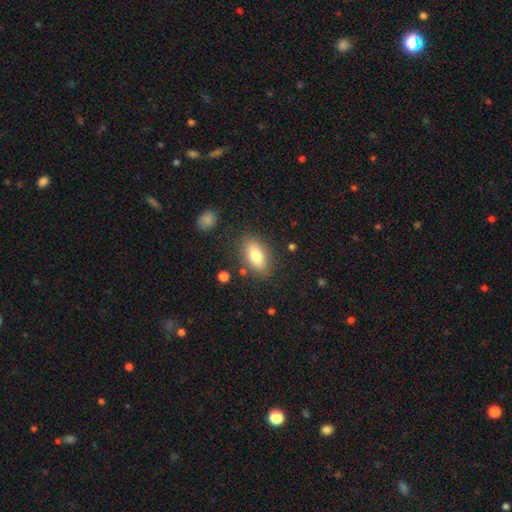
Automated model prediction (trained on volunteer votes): This is likely a smooth galaxy (78%). How rounded: clearly in between (86%). Merging: clearly none (82%).